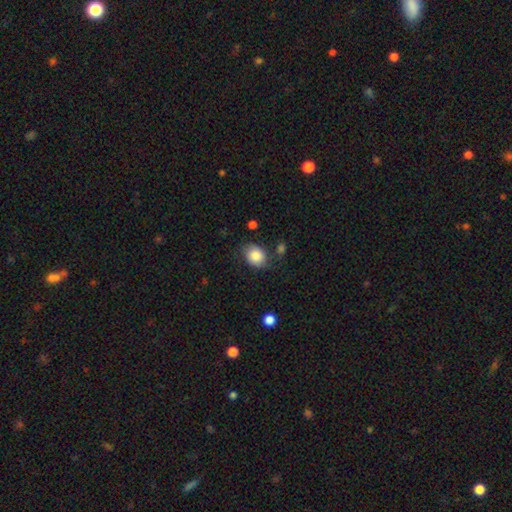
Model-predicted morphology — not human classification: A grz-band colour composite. It shows a smooth galaxy with no disk features (84%) that is in between round and cigar-shaped (53%). Merging: none (69%).